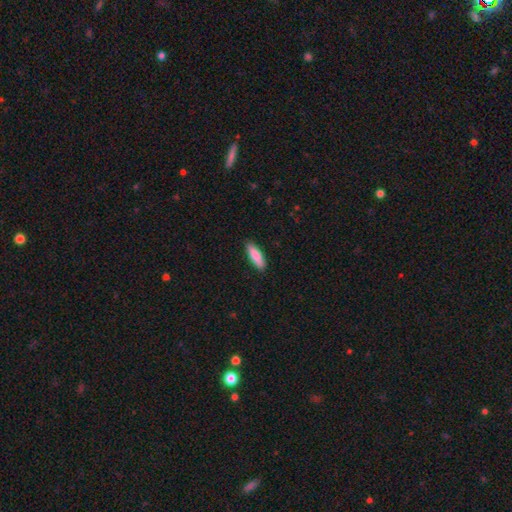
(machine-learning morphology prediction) type=smooth (88%); roundness=cigar-shaped (50%); merging=none (89%).